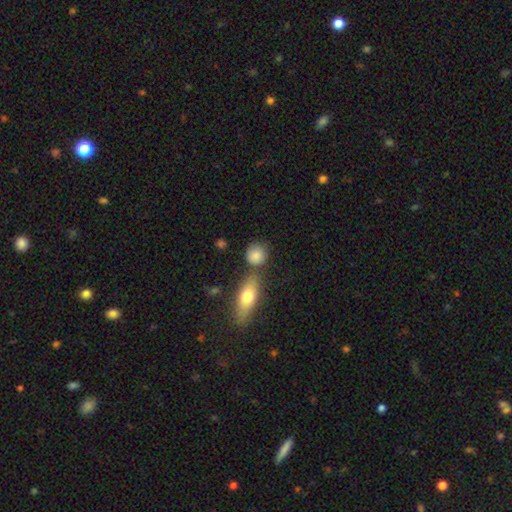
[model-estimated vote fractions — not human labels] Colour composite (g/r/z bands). It shows a smooth galaxy with no disk features (84%) that is round (79%). Merging: none (69%).